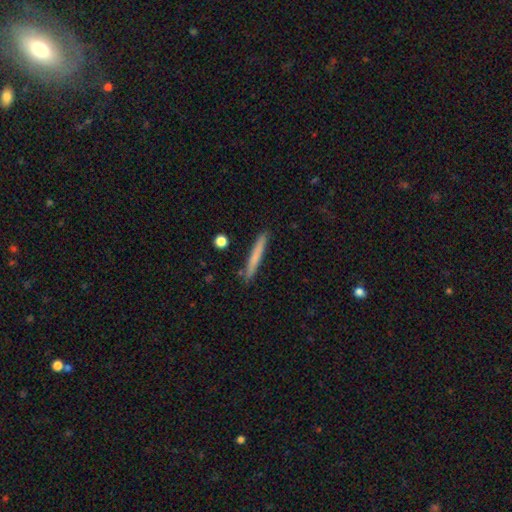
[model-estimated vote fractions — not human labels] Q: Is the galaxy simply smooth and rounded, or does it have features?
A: smooth — 70%.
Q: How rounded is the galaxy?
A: cigar-shaped — 97%.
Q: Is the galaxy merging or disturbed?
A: none — 90%.